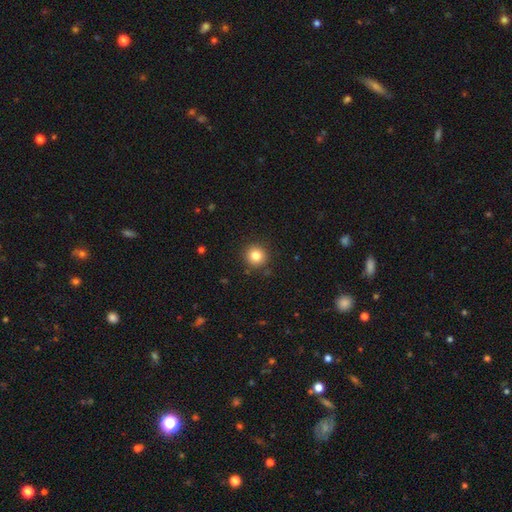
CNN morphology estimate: type=smooth (82%); roundness=round (93%); merging=none (89%).